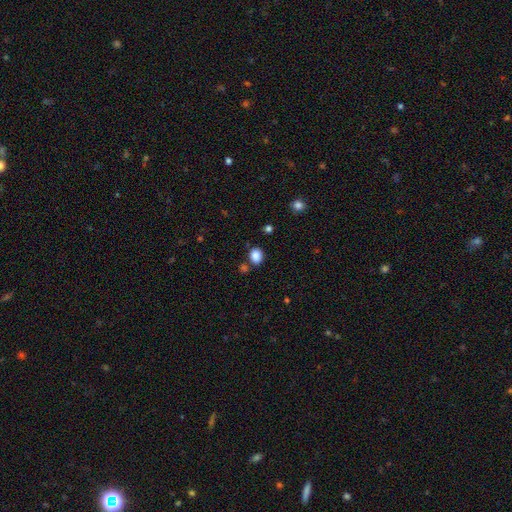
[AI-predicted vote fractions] The model was most divided on "how rounded": in between: 51%, round: 48%, cigar-shaped: 1%. More confident: smooth or featured — smooth (86%); merging — none (76%).